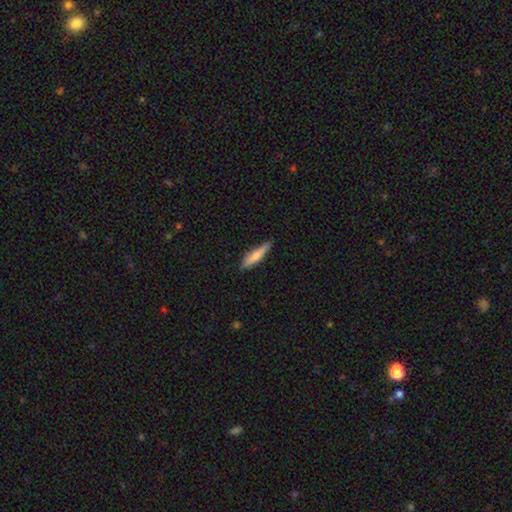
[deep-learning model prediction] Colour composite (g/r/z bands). It shows a smooth galaxy with no disk features (66%) that is cigar-shaped (85%). Merging: none (87%).